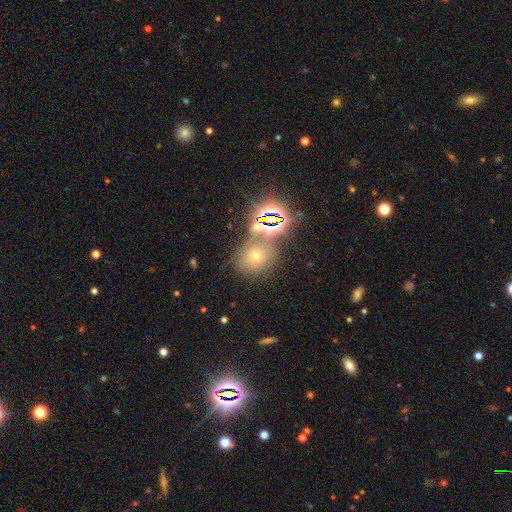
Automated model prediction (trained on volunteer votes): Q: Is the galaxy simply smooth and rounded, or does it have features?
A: smooth — 43%, tied with star or artifact.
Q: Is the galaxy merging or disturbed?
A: none — 63%.